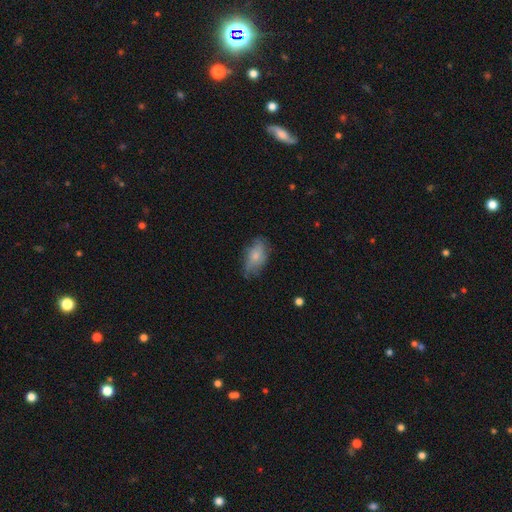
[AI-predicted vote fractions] smooth 70%, featured or disk 23%, star or artifact 7%. Down the decision tree: how rounded — in between (90%); merging — none (60%).